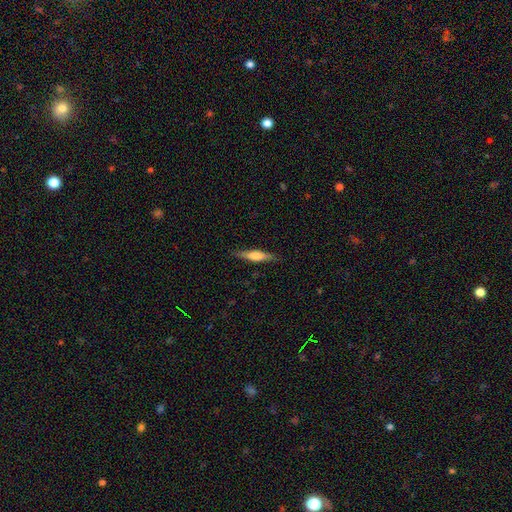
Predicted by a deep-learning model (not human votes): This appears to be a featured or disk galaxy (48%). Merging: none (87%).